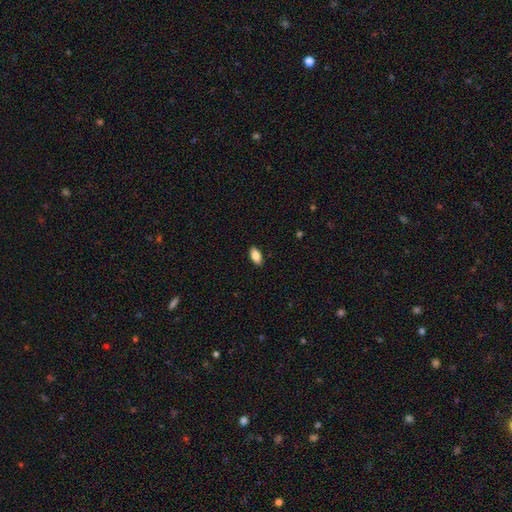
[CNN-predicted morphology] Smooth or featured: smooth — 85% (featured or disk — 8%)
How rounded: in between — 92% (cigar-shaped — 5%)
Merging: none — 90% (minor disturbance — 8%)